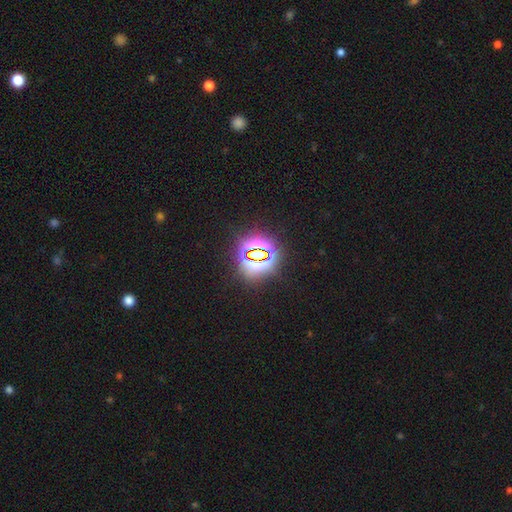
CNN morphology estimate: Smooth or featured? star or artifact (76%)